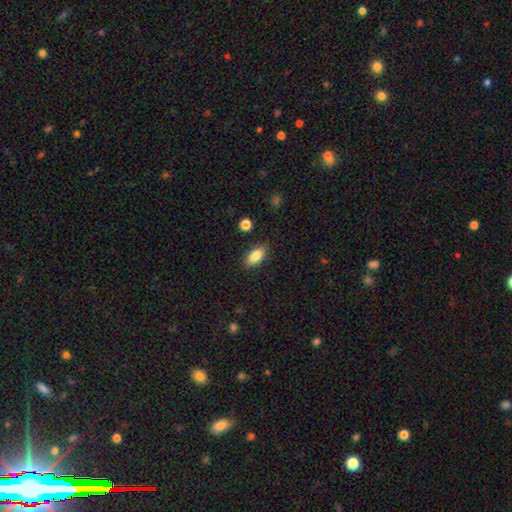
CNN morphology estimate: Smooth or featured? smooth (85%)
How rounded? in between (88%)
Merging? none (87%)